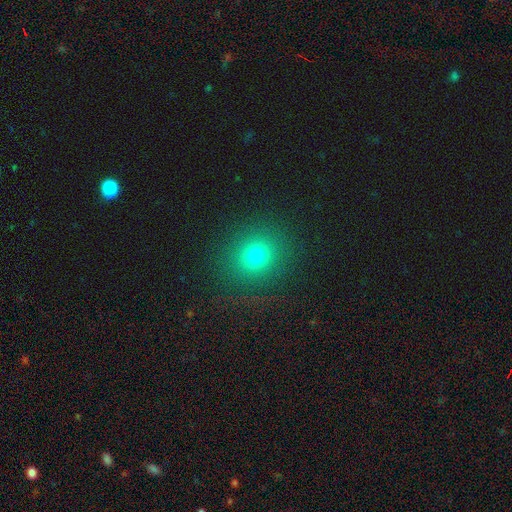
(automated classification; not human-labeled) Morphology: type=smooth (73%); roundness=round (83%); merging=none (87%).